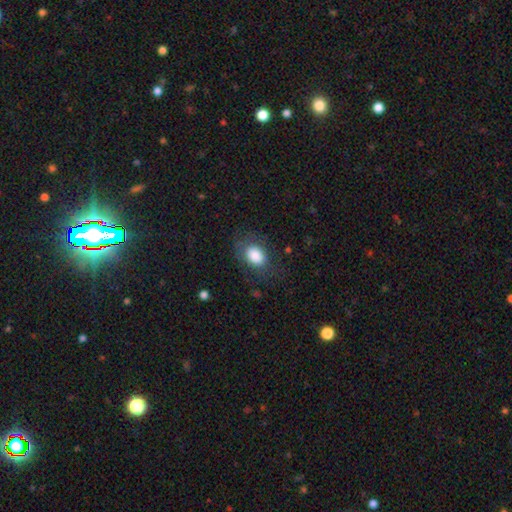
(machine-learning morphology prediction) smooth_or_featured: smooth (p=0.84) [alt: featured or disk p=0.08]
how_rounded: in between (p=0.76) [alt: round p=0.23]
merging: none (p=0.72) [alt: minor disturbance p=0.17]